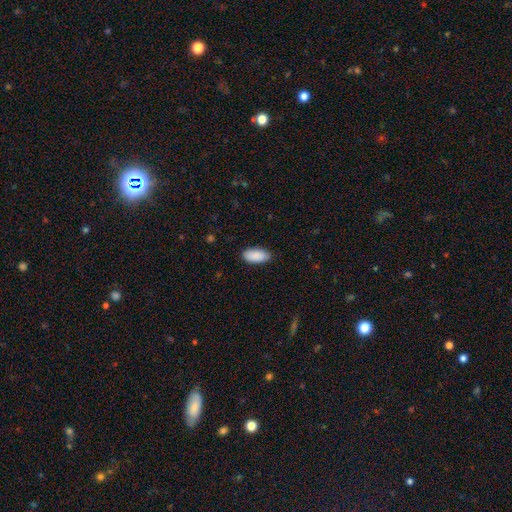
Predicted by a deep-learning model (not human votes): This appears to be a smooth galaxy with no disk features (91%) that is in between round and cigar-shaped (93%). Merging: none (86%).